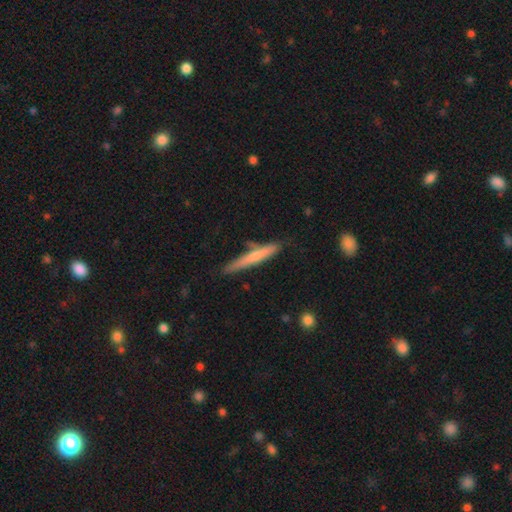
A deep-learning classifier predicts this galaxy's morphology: smooth-or-featured: smooth: 57% | featured or disk: 37% | star or artifact: 6%
  how-rounded: cigar-shaped: 94% | in between: 4% | round: 2%
  merging: none: 76% | minor disturbance: 16% | merger: 5% | major disturbance: 3%